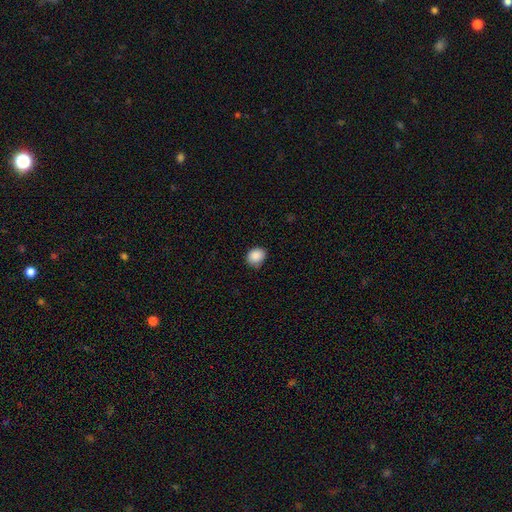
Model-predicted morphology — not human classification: This appears to be a smooth galaxy with no disk features (89%) that is round (57%). Merging: none (78%).